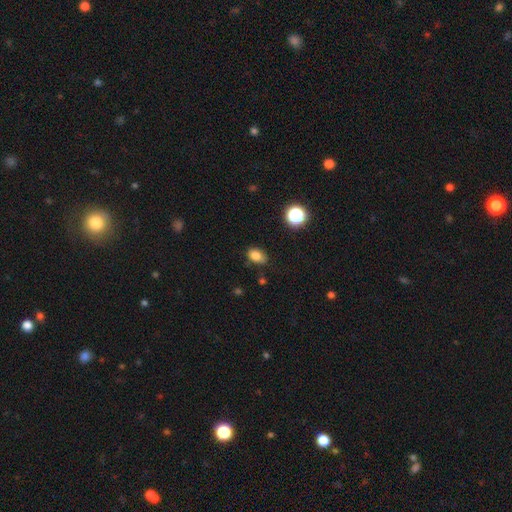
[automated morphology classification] A smooth galaxy with no disk features (82%) that is in between round and cigar-shaped (79%). Merging: none (73%).